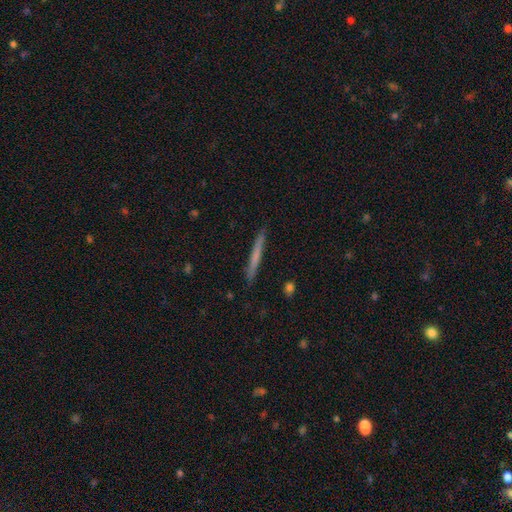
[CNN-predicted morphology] Overall: smooth (56%; featured or disk 38%). How rounded: cigar-shaped (97%). Merging: none (91%).